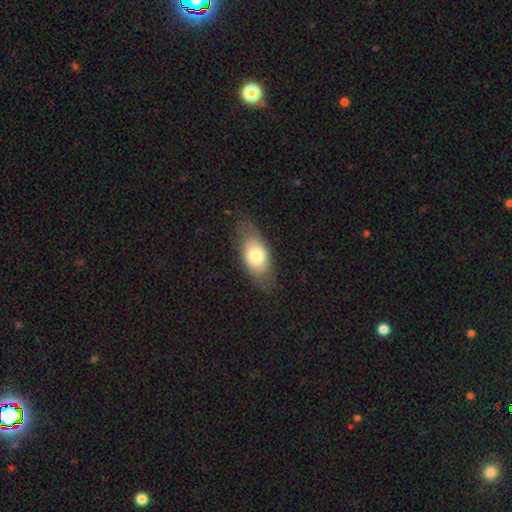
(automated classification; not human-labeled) Morphology: type=smooth (72%); roundness=in between (84%); merging=none (75%).